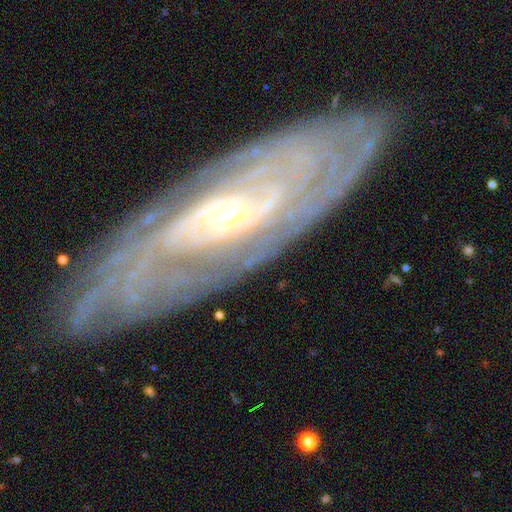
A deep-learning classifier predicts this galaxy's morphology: featured or disk 85%, smooth 9%, star or artifact 6%. Down the decision tree: edge-on disk — no (81%); bar — no (59%); spiral arms — yes (88%); spiral arm count — can't tell (51%); spiral winding — tight (75%); bulge size — small (60%); merging — none (81%).